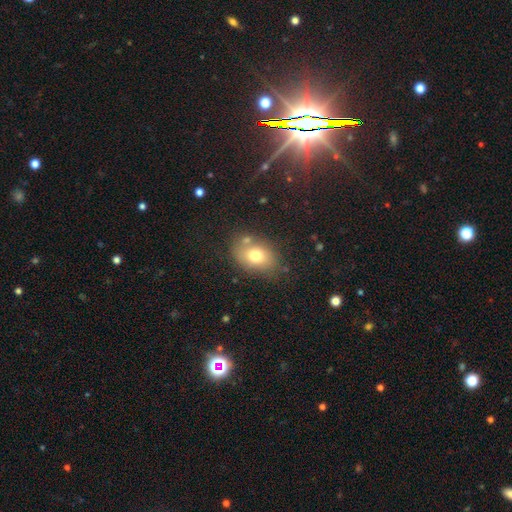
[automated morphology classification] Overall: smooth (73%). How rounded: in between (74%). Merging: none (70%).